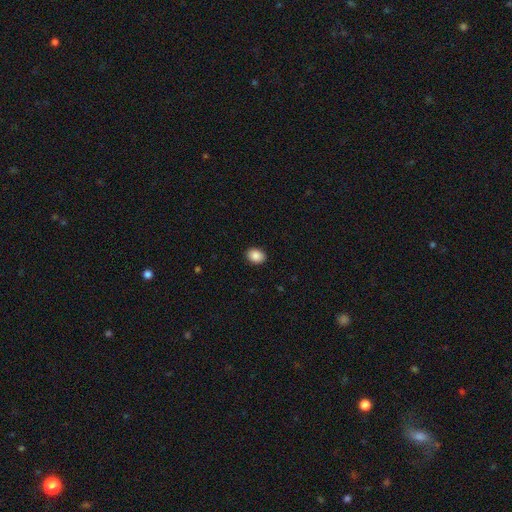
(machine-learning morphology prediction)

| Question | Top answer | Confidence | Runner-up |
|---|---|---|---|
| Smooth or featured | smooth | 89% | star or artifact (8%) |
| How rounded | in between | 64% | round (35%) |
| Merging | none | 91% | minor disturbance (7%) |